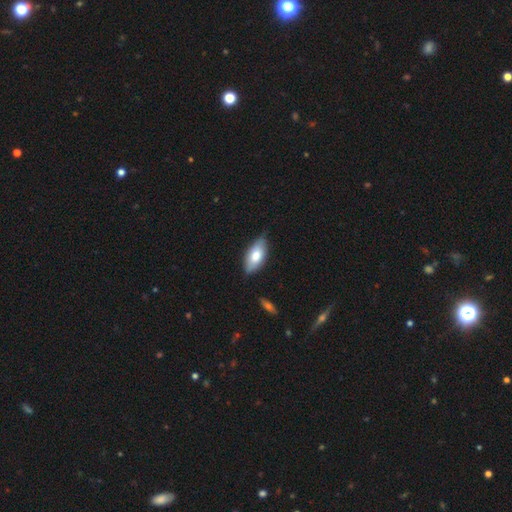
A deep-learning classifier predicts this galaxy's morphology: A smooth galaxy with no disk features (74%) that is in between round and cigar-shaped (89%).

Vote fractions:
- Smooth or featured? smooth: 74% / featured or disk: 20% / star or artifact: 6%
- How rounded? in between: 89% / cigar-shaped: 9% / round: 2%
- Merging? none: 76% / minor disturbance: 20% / major disturbance: 3% / merger: 2%